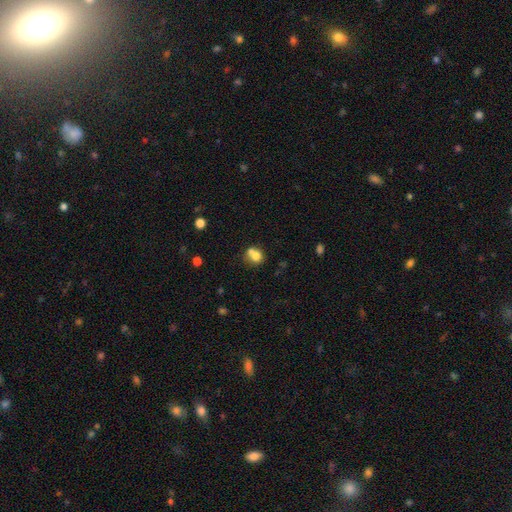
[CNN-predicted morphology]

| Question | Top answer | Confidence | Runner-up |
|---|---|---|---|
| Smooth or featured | smooth | 72% | featured or disk (17%) |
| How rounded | round | 71% | in between (28%) |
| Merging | merger | 52% | none (35%) |